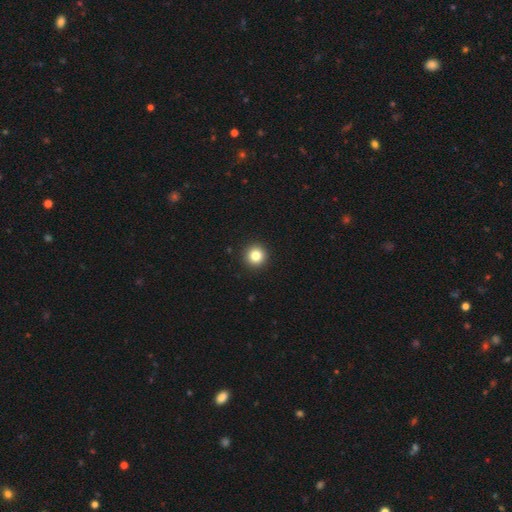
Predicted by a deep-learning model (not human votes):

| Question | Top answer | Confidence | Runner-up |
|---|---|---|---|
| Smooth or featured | smooth | 83% | star or artifact (11%) |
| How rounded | round | 96% | in between (3%) |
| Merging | none | 94% | minor disturbance (4%) |